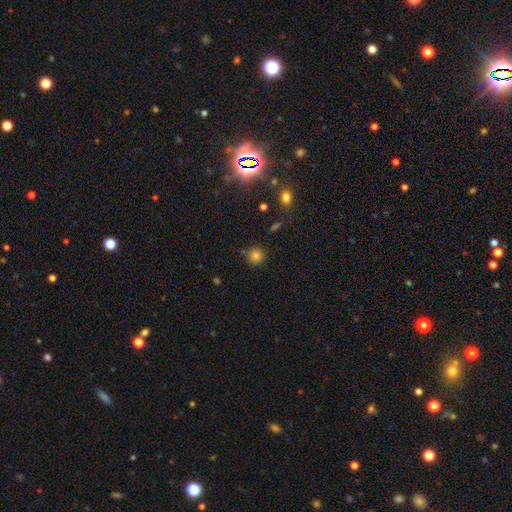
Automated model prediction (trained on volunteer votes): A smooth galaxy with no disk features (78%) that is round (92%).

Vote fractions:
- Smooth or featured? smooth: 78% / star or artifact: 15% / featured or disk: 7%
- How rounded? round: 92% / in between: 7% / cigar-shaped: 1%
- Merging? none: 82% / minor disturbance: 11% / merger: 4% / major disturbance: 3%